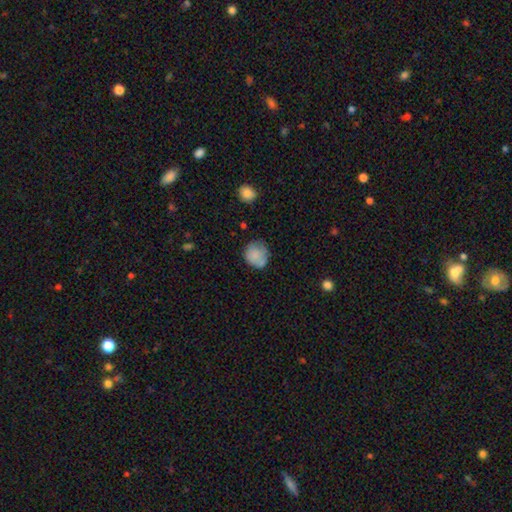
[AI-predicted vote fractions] A smooth galaxy with no disk features (79%) that is round (78%).

Vote fractions:
- Smooth or featured? smooth: 79% / featured or disk: 12% / star or artifact: 9%
- How rounded? round: 78% / in between: 21% / cigar-shaped: 1%
- Merging? none: 61% / minor disturbance: 27% / major disturbance: 8% / merger: 4%